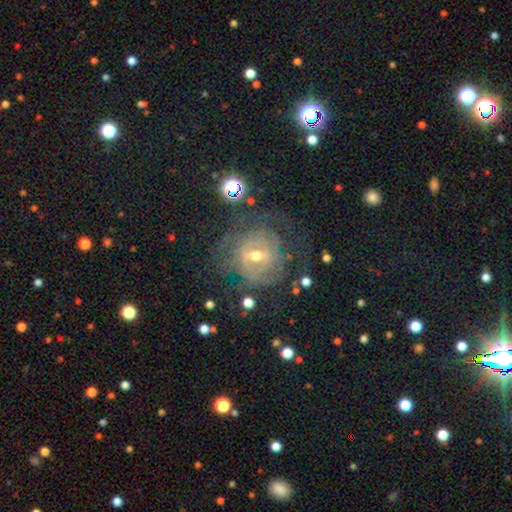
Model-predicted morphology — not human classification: Smooth or featured?
  - featured or disk: 78% *
  - smooth: 12%
  - star or artifact: 9%
Edge-on disk?
  - no: 95% *
  - yes: 5%
Bar?
  - weak: 51% *
  - strong: 28%
  - no: 21%
Spiral arms?
  - yes: 75% *
  - no: 25%
Spiral winding?
  - tight: 61% *
  - medium: 27%
  - loose: 11%
Spiral arm count?
  - can't tell: 57% *
  - 2: 17%
  - 3: 10%
  - 4: 7%
  - 1: 5%
  - more than 4: 5%
Bulge size?
  - moderate: 58% *
  - small: 36%
  - large: 3%
  - none: 1%
  - dominant: 1%
Merging?
  - none: 61% *
  - major disturbance: 19%
  - minor disturbance: 18%
  - merger: 2%